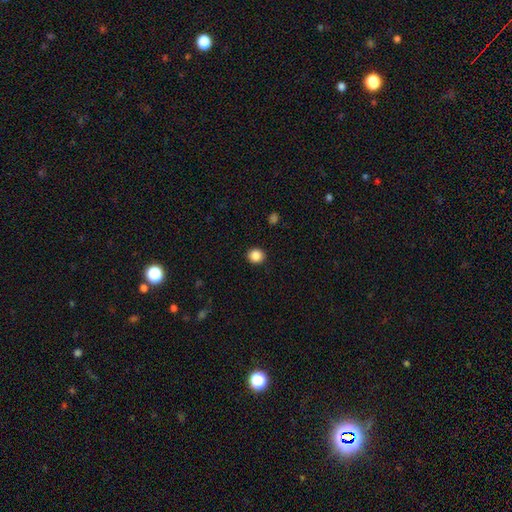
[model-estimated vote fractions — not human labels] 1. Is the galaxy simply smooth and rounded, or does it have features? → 87% smooth, 10% star or artifact, 3% featured or disk.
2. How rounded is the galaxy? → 85% round, 14% in between, 1% cigar-shaped.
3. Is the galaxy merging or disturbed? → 92% none, 5% minor disturbance, 2% major disturbance, 1% merger.